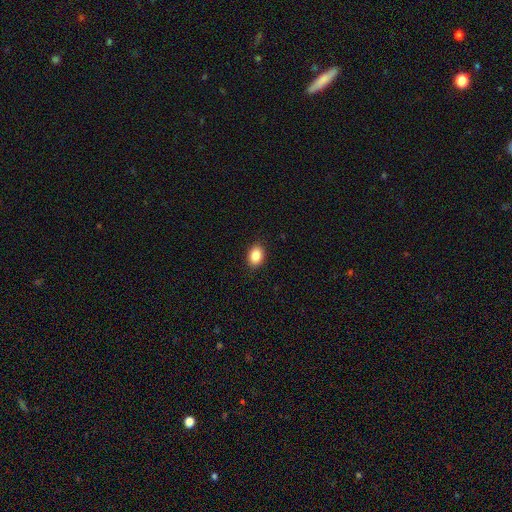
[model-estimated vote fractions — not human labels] Smooth or featured: smooth — 88% (star or artifact — 8%)
How rounded: in between — 80% (round — 19%)
Merging: none — 89% (minor disturbance — 8%)